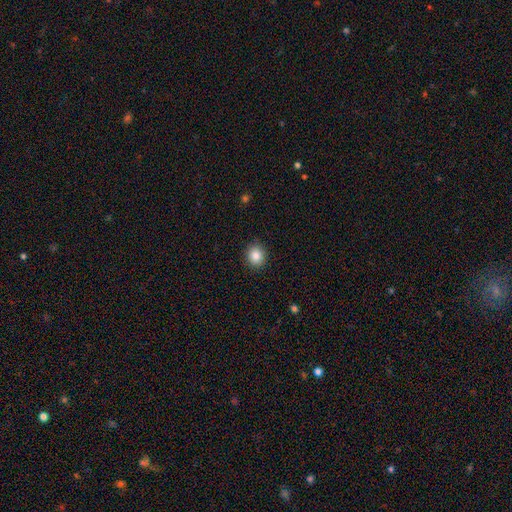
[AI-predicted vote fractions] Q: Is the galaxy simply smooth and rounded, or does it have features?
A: smooth — 85%.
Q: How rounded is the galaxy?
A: round — 80%.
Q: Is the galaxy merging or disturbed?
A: none — 90%.